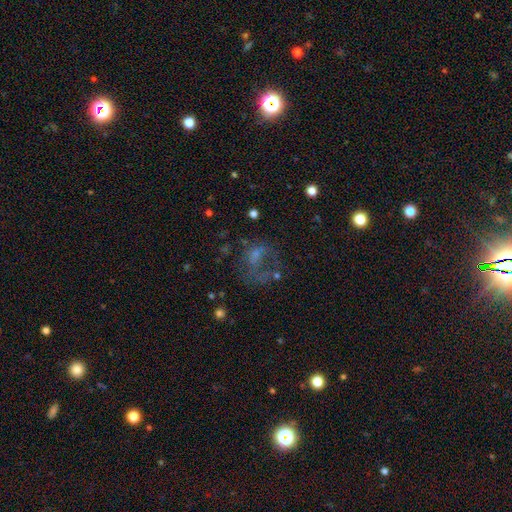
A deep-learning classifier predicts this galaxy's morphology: type=featured or disk (42%); merging=major disturbance (47%).